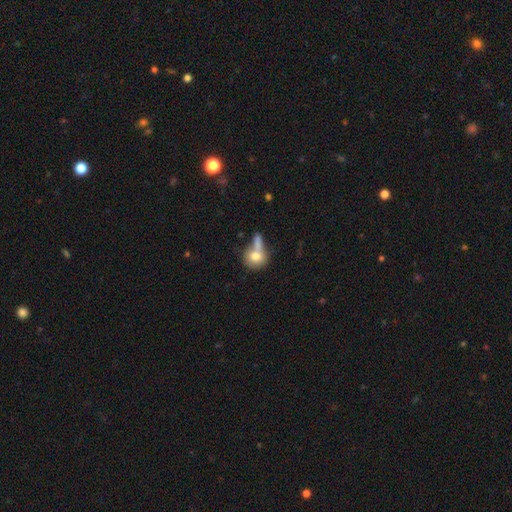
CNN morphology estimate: Overall: smooth (74%). How rounded: round (73%). Merging: merger (40%; none 35%).